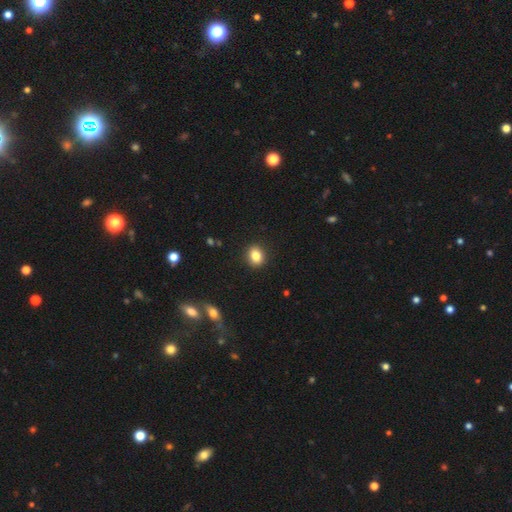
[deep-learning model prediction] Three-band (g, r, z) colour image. It shows a smooth galaxy with no disk features (84%) that is round (50%). Merging: none (91%).